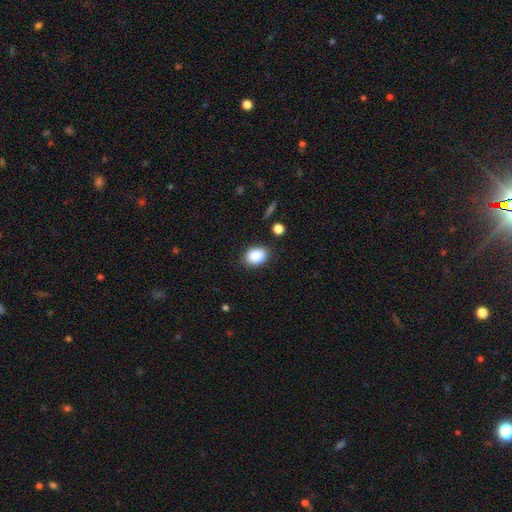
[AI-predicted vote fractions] A smooth galaxy with no disk features (88%) that is in between round and cigar-shaped (69%).

Vote fractions:
- Smooth or featured? smooth: 88% / star or artifact: 8% / featured or disk: 4%
- How rounded? in between: 69% / round: 30% / cigar-shaped: 1%
- Merging? none: 82% / minor disturbance: 12% / major disturbance: 3% / merger: 3%